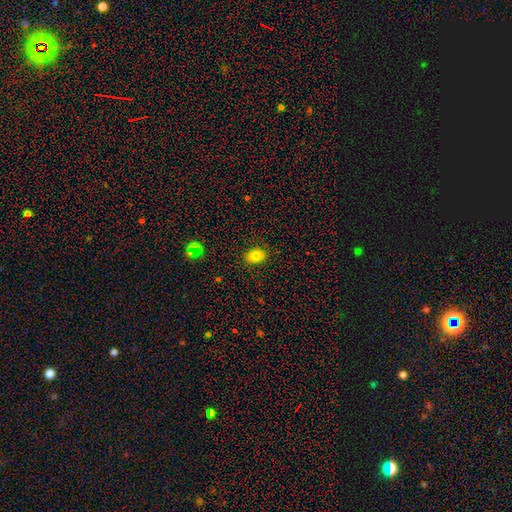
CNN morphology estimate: Smooth or featured? Predicted: smooth (p=0.79). How rounded? Predicted: in between (p=0.68). Merging? Predicted: none (p=0.88).